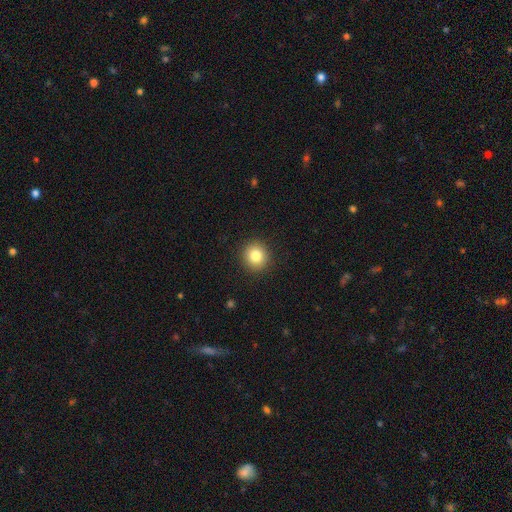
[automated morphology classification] Overall: smooth (83%). How rounded: round (90%). Merging: none (92%).